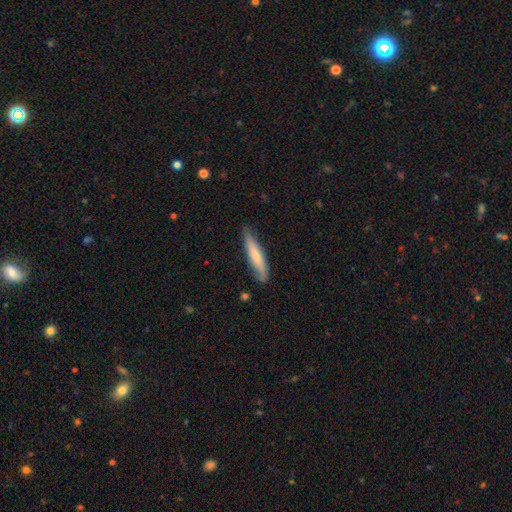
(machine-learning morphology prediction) smooth 66%, featured or disk 28%, star or artifact 5%. Down the decision tree: how rounded — cigar-shaped (86%); merging — none (73%).